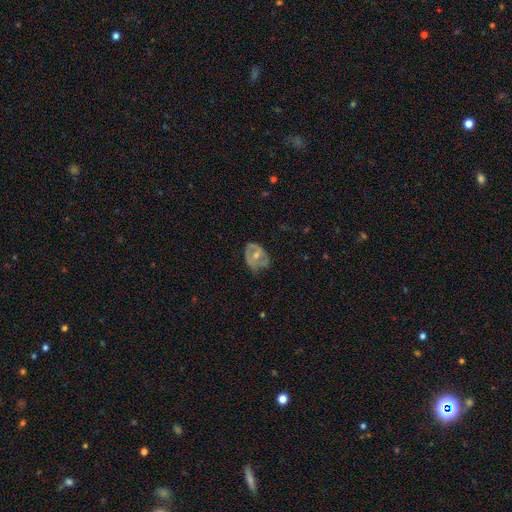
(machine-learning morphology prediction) A featured or disk galaxy (54%) with no bar (66%), no spiral arms (66%) and a moderate central bulge (63%).

Vote fractions:
- Smooth or featured? featured or disk: 54% / smooth: 39% / star or artifact: 7%
- Edge-on disk? no: 95% / yes: 5%
- Bar? no: 66% / weak: 25% / strong: 9%
- Spiral arms? no: 66% / yes: 34%
- Bulge size? moderate: 63% / small: 32% / large: 3% / none: 2% / dominant: 1%
- Merging? none: 46% / minor disturbance: 34% / major disturbance: 18% / merger: 2%